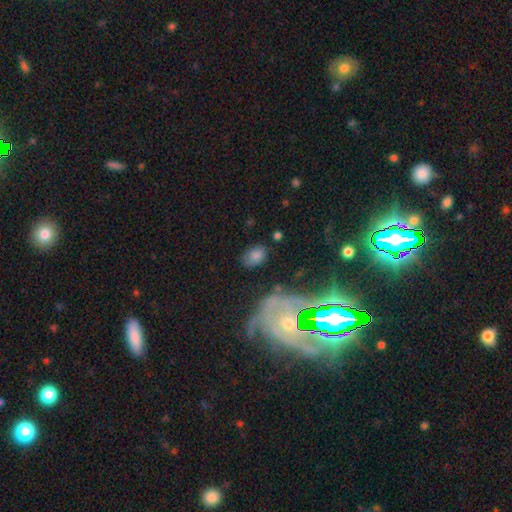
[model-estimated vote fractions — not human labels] Q: Smooth or featured?
A: smooth (75%); runner-up: featured or disk (13%)
Q: How rounded?
A: in between (81%); runner-up: round (17%)
Q: Merging?
A: none (69%); runner-up: minor disturbance (20%)